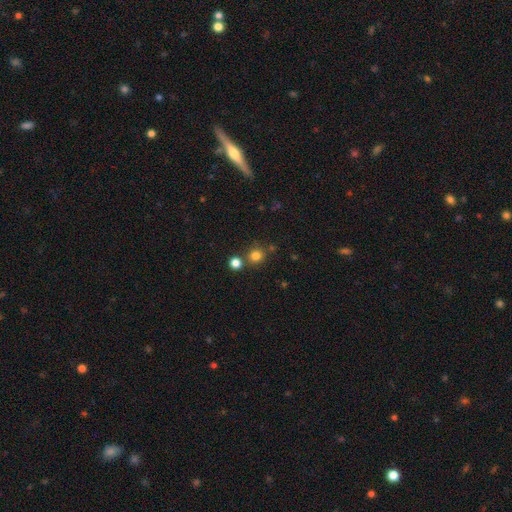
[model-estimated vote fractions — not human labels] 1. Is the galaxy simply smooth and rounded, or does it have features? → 79% smooth, 15% star or artifact, 6% featured or disk.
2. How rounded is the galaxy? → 89% round, 10% in between, 1% cigar-shaped.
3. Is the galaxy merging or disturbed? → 74% none, 14% merger, 8% minor disturbance, 3% major disturbance.